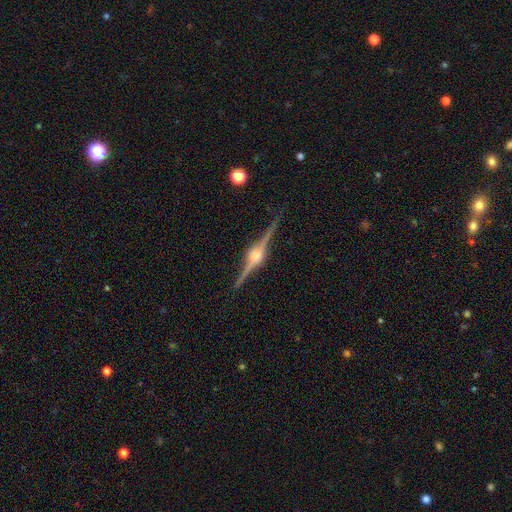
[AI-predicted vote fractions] A featured or disk galaxy (91%) viewed edge-on (98%) with a rounded central bulge (89%). Merging: none (90%).